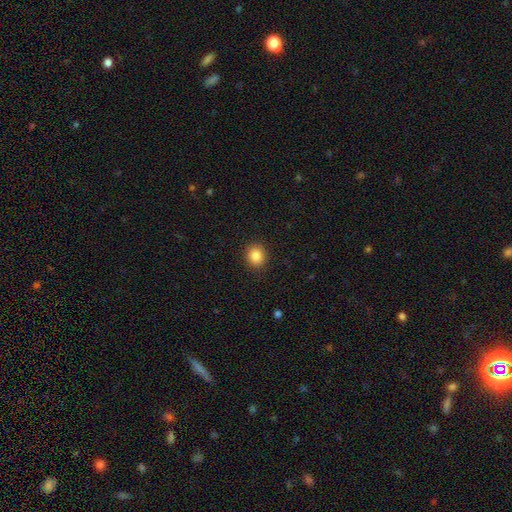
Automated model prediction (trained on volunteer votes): The model was most divided on "how rounded": round: 76%, in between: 23%, cigar-shaped: 1%. More confident: merging — none (89%); smooth or featured — smooth (87%).